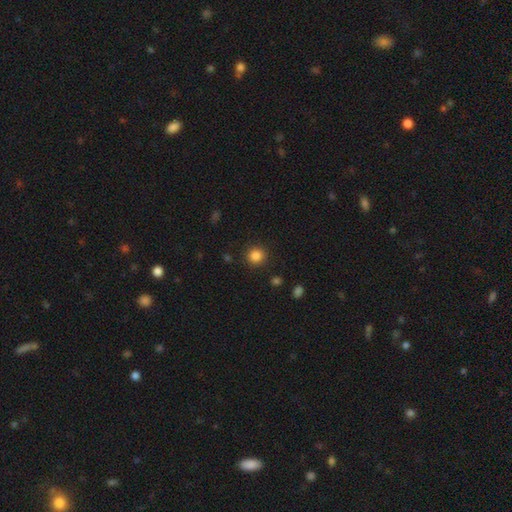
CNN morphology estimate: This is clearly a smooth galaxy (84%). How rounded: clearly round (92%). Merging: clearly none (90%).